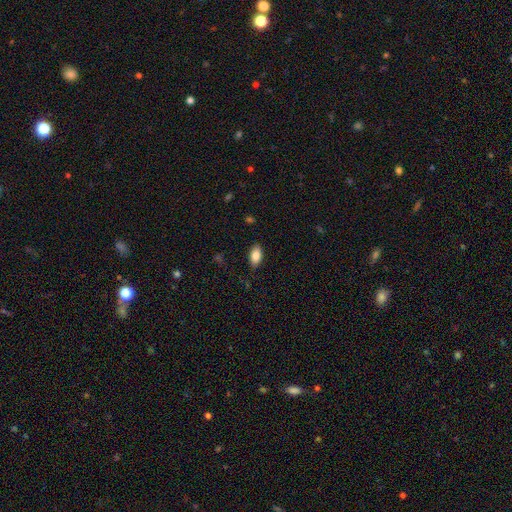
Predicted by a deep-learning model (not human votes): Smooth or featured? Predicted: smooth (p=0.84). How rounded? Predicted: in between (p=0.92). Merging? Predicted: none (p=0.84).